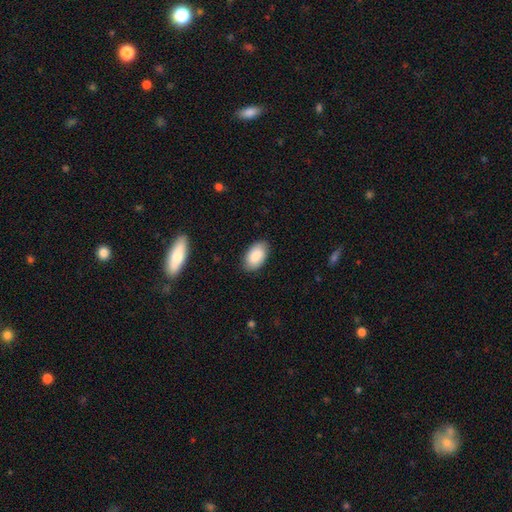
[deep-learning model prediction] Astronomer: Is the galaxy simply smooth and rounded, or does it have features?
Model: smooth — 86%.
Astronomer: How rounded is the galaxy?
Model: in between — 94%.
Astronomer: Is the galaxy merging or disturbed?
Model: none — 86%.